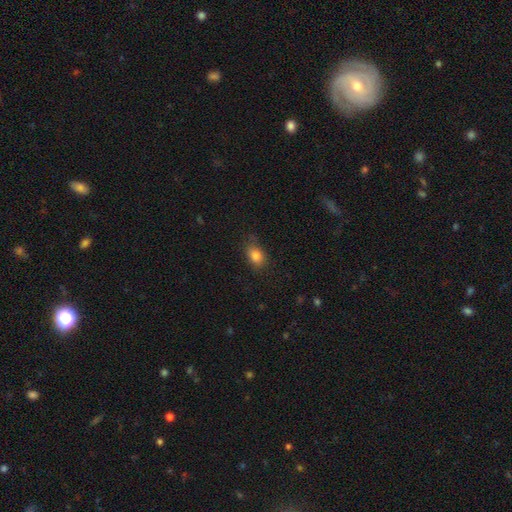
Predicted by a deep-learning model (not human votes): smooth 83%, star or artifact 10%, featured or disk 7%. Down the decision tree: how rounded — in between (76%); merging — none (76%).